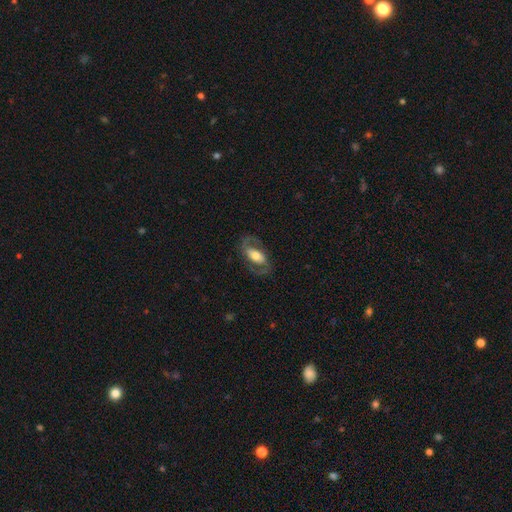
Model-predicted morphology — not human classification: A featured or disk galaxy (73%) with no bar (35%), 2 (89%) medium (52%) spiral arms (84%) and a moderate central bulge (55%).

Vote fractions:
- Smooth or featured? featured or disk: 73% / smooth: 21% / star or artifact: 6%
- Edge-on disk? no: 94% / yes: 6%
- Bar? no: 35% / weak: 33% / strong: 32%
- Spiral arms? yes: 84% / no: 16%
- Spiral winding? medium: 52% / loose: 28% / tight: 20%
- Spiral arm count? 2: 89% / can't tell: 5% / 1: 3% / 3: 1% / 4: 1% / more than 4: 1%
- Bulge size? moderate: 55% / large: 25% / small: 16% / dominant: 3% / none: 2%
- Merging? none: 75% / minor disturbance: 13% / major disturbance: 11% / merger: 1%